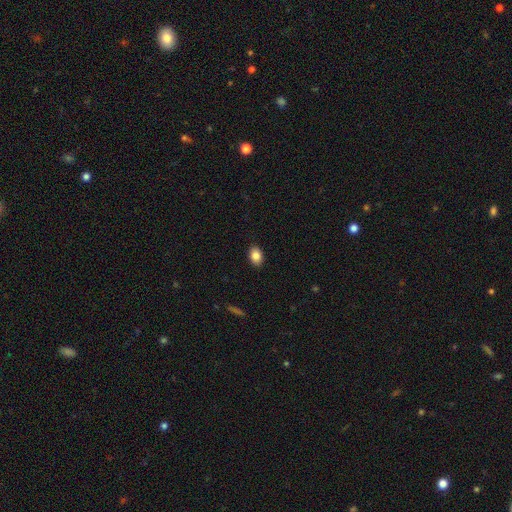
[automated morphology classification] smooth_or_featured: smooth (p=0.85) [alt: star or artifact p=0.08]
how_rounded: in between (p=0.84) [alt: round p=0.15]
merging: none (p=0.89) [alt: minor disturbance p=0.08]